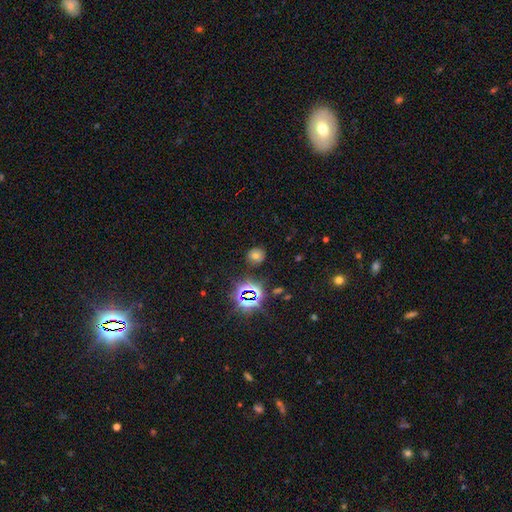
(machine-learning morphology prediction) smooth-or-featured: smooth: 56% | star or artifact: 31% | featured or disk: 13%
  how-rounded: round: 81% | in between: 18% | cigar-shaped: 1%
  merging: none: 83% | minor disturbance: 11% | major disturbance: 4% | merger: 2%